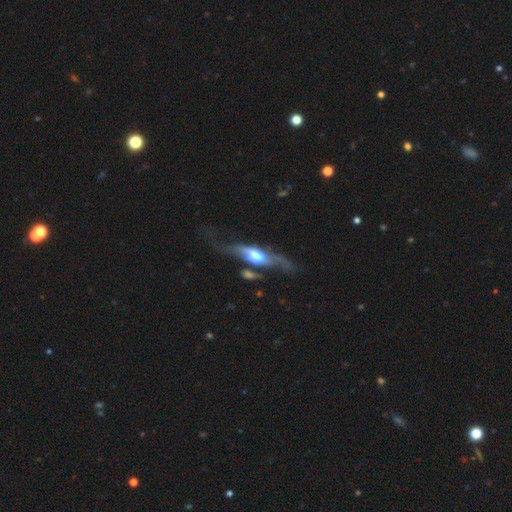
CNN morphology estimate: type=featured or disk (65%); edge-on=no (53%); merging=major disturbance (33%).